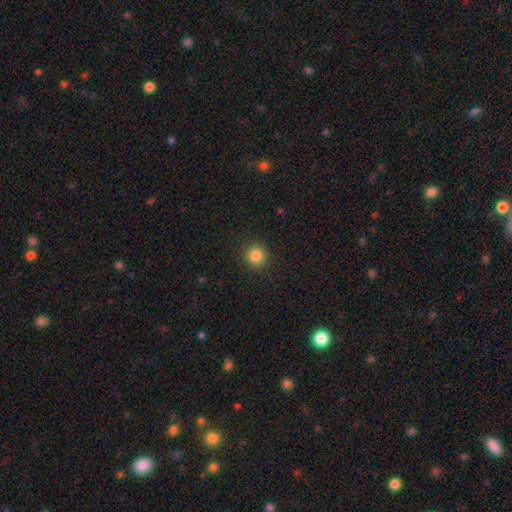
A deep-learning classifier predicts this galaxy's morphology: Smooth or featured? smooth (84%)
How rounded? round (94%)
Merging? none (91%)